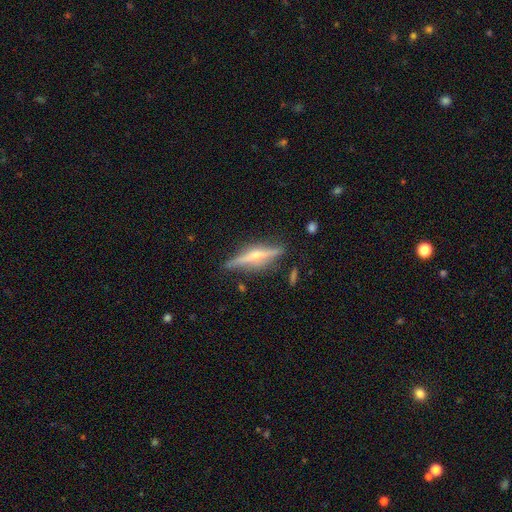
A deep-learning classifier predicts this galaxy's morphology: Smooth or featured? Predicted: featured or disk (p=0.79). Edge-on disk? Predicted: yes (p=0.97). Edge-on bulge? Predicted: rounded (p=0.91). Merging? Predicted: none (p=0.85).